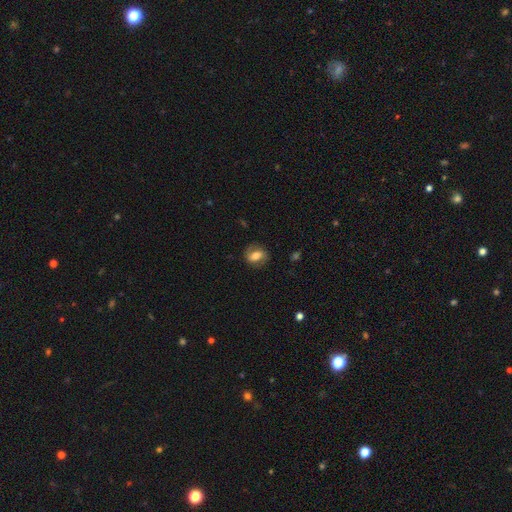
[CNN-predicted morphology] A smooth galaxy with no disk features (52%) that is in between round and cigar-shaped (65%). Merging: none (77%).